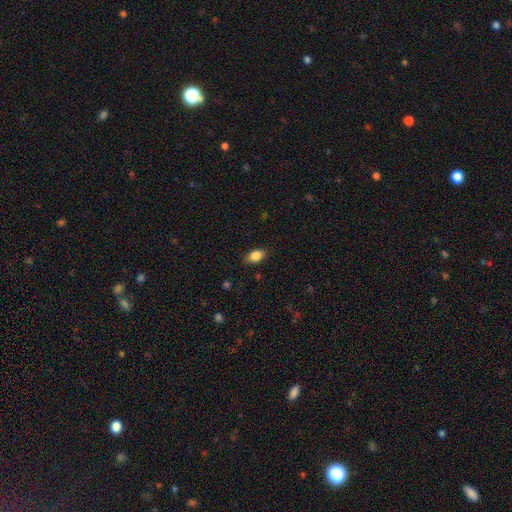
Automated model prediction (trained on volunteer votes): Smooth or featured? Predicted: smooth (p=0.86). How rounded? Predicted: in between (p=0.86). Merging? Predicted: none (p=0.82).